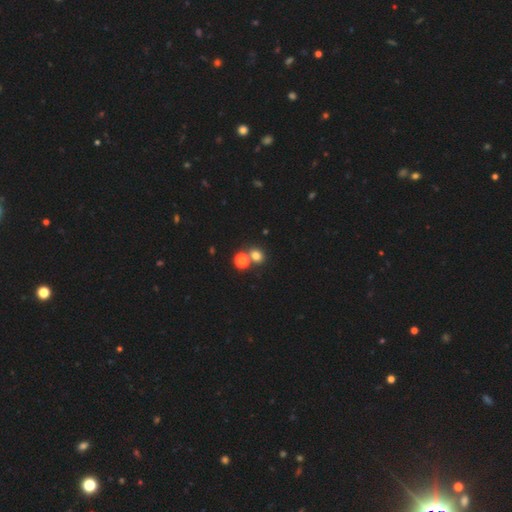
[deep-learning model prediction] Morphology: type=smooth (75%); roundness=round (70%); merging=none (60%).